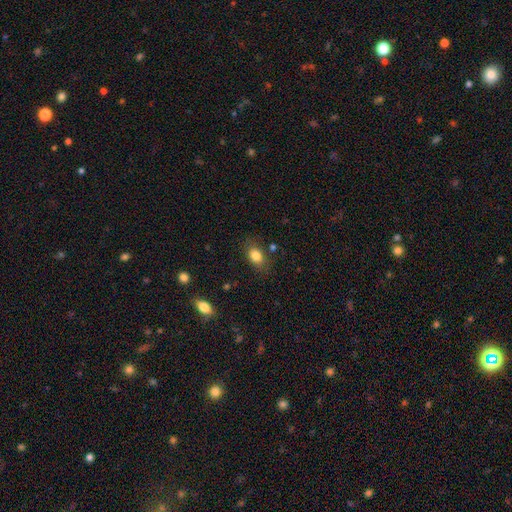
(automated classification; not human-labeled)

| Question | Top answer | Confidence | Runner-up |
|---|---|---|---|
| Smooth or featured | smooth | 83% | star or artifact (9%) |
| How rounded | in between | 77% | round (22%) |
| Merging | none | 77% | minor disturbance (15%) |